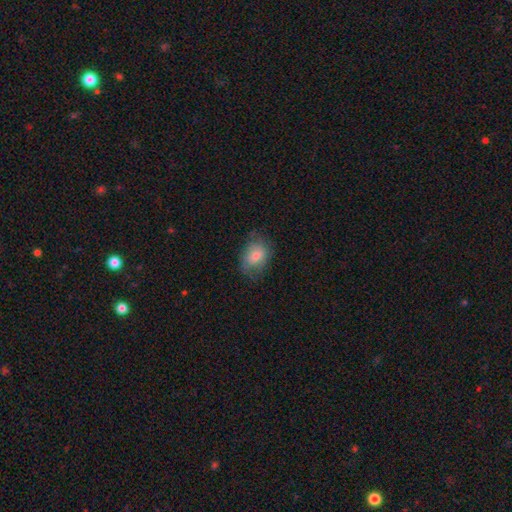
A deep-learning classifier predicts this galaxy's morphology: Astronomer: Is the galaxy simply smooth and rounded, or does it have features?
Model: smooth — 75%.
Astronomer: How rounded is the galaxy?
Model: in between — 73%.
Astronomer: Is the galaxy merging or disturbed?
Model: none — 65%.